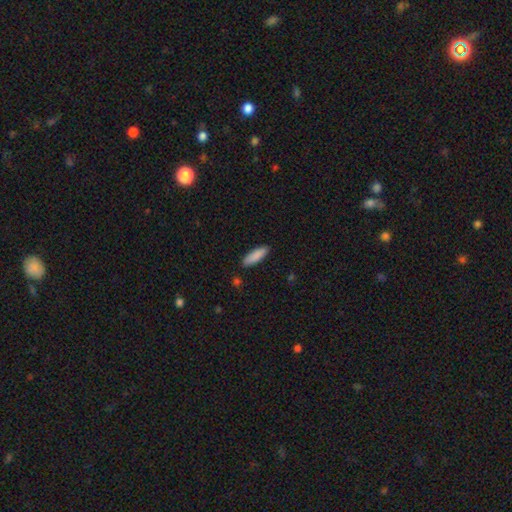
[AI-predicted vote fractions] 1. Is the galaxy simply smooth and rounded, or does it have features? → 88% smooth, 6% star or artifact, 6% featured or disk.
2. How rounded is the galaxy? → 50% cigar-shaped, 48% in between, 1% round.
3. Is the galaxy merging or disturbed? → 87% none, 9% minor disturbance, 2% major disturbance, 2% merger.